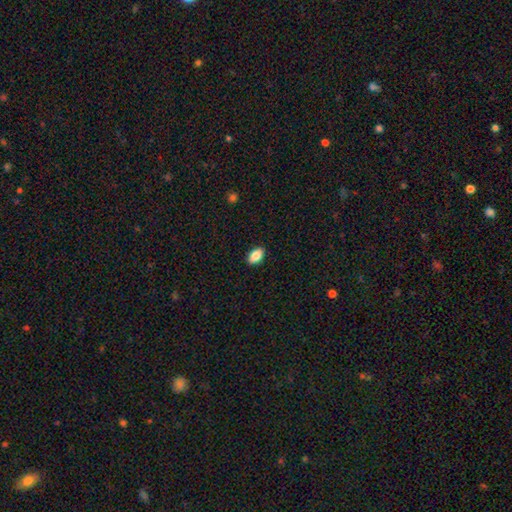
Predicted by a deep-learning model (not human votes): smooth_or_featured: smooth (p=0.87) [alt: star or artifact p=0.07]
how_rounded: in between (p=0.91) [alt: round p=0.06]
merging: none (p=0.89) [alt: minor disturbance p=0.08]